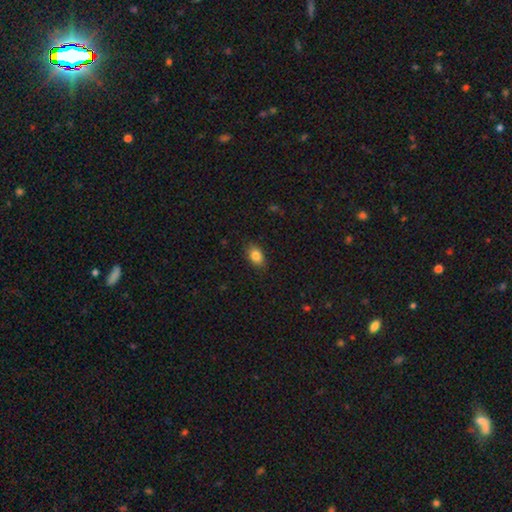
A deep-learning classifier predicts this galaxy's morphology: Q: Smooth or featured?
A: smooth (83%); runner-up: star or artifact (9%)
Q: How rounded?
A: in between (84%); runner-up: round (14%)
Q: Merging?
A: none (85%); runner-up: minor disturbance (12%)